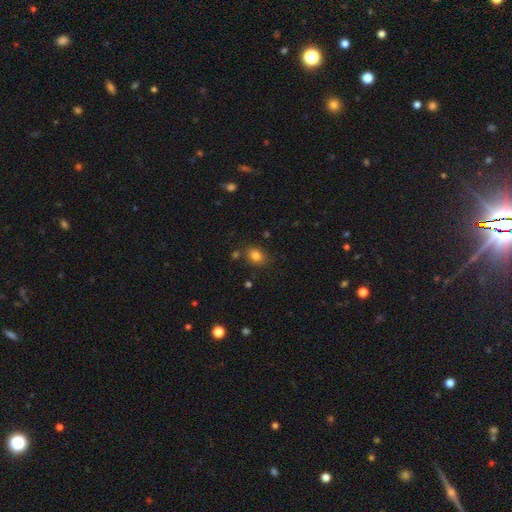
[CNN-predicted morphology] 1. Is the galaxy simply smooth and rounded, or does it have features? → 81% smooth, 12% star or artifact, 7% featured or disk.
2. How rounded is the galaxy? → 57% in between, 42% round, 1% cigar-shaped.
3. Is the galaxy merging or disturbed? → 79% none, 13% minor disturbance, 5% merger, 3% major disturbance.